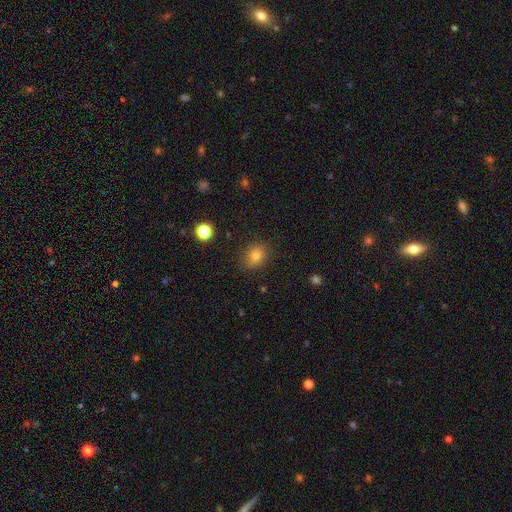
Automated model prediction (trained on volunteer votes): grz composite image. It shows a smooth galaxy with no disk features (80%) that is in between round and cigar-shaped (59%). Merging: none (82%).